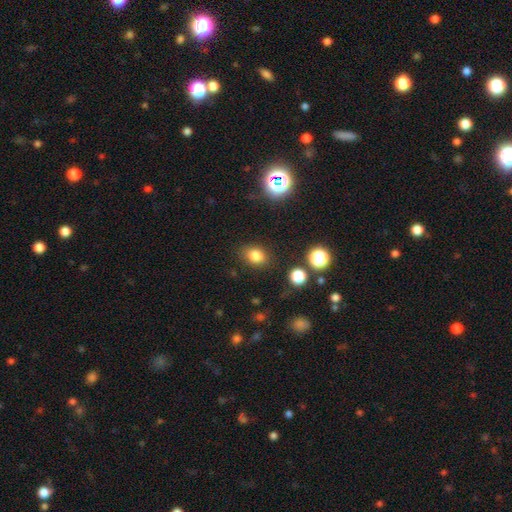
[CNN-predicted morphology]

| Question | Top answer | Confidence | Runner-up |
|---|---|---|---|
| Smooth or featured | smooth | 80% | star or artifact (14%) |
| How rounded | in between | 57% | round (42%) |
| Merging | none | 84% | minor disturbance (11%) |